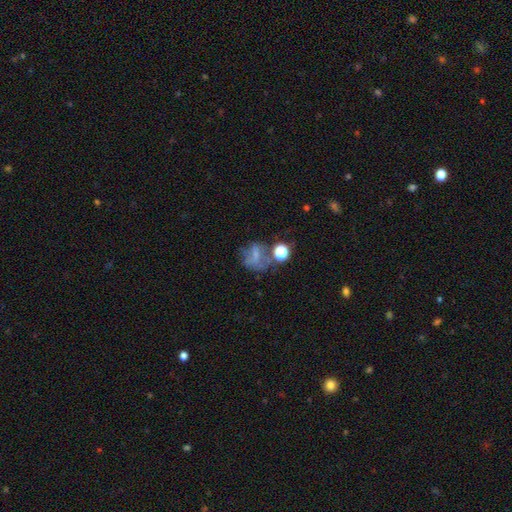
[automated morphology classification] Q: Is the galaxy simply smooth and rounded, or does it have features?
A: smooth — 46%.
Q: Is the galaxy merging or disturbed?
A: none — 37%.